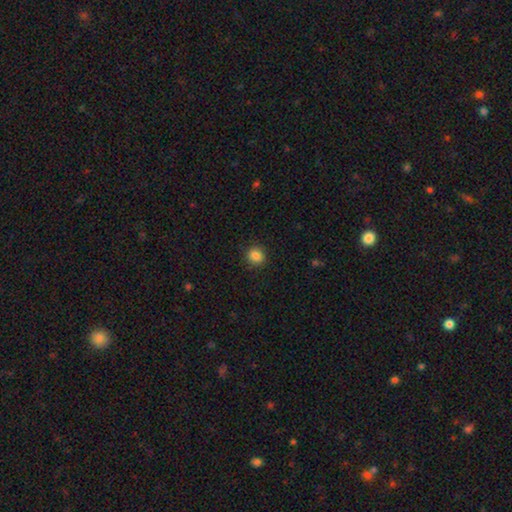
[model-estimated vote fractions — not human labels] smooth_or_featured: smooth (p=0.85) [alt: star or artifact p=0.11]
how_rounded: round (p=0.88) [alt: in between p=0.11]
merging: none (p=0.90) [alt: minor disturbance p=0.07]